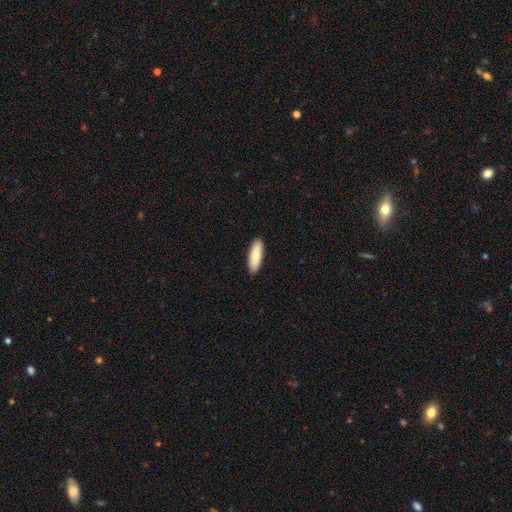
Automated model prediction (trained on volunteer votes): A smooth galaxy with no disk features (81%) that is in between round and cigar-shaped (57%).

Vote fractions:
- Smooth or featured? smooth: 81% / featured or disk: 14% / star or artifact: 5%
- How rounded? in between: 57% / cigar-shaped: 41% / round: 2%
- Merging? none: 91% / minor disturbance: 7% / major disturbance: 1% / merger: 1%